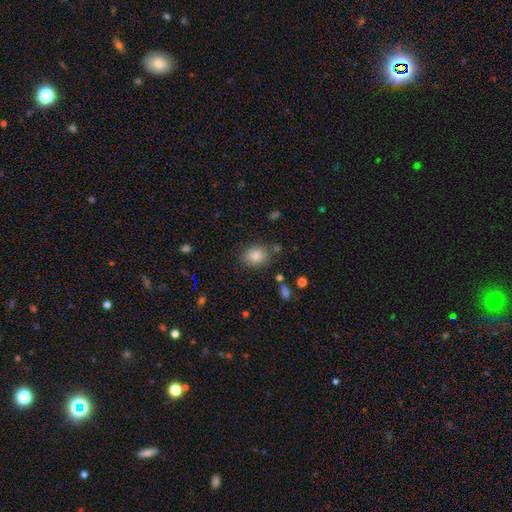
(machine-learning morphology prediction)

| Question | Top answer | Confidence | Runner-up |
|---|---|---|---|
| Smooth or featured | smooth | 83% | star or artifact (10%) |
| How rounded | round | 56% | in between (43%) |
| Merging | none | 83% | minor disturbance (11%) |